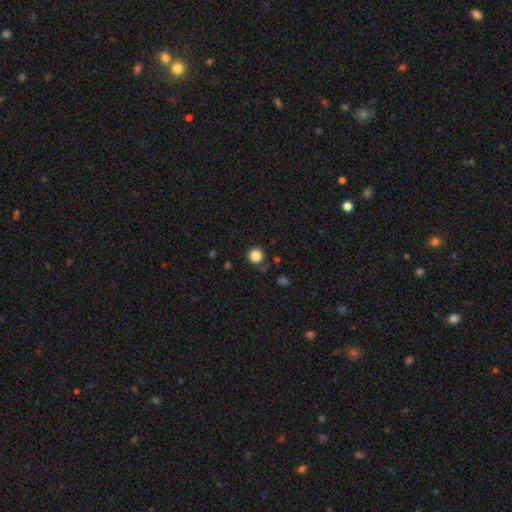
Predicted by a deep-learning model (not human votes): A smooth galaxy with no disk features (85%) that is round (94%).

Vote fractions:
- Smooth or featured? smooth: 85% / star or artifact: 11% / featured or disk: 4%
- How rounded? round: 94% / in between: 5% / cigar-shaped: 1%
- Merging? none: 84% / minor disturbance: 10% / merger: 3% / major disturbance: 3%